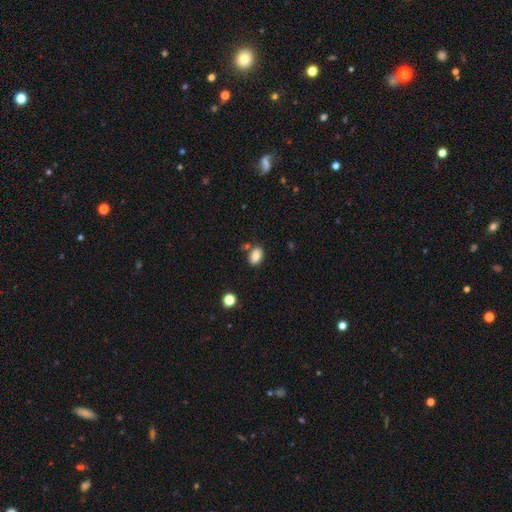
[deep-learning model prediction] The model was most divided on "merging": none: 73%, minor disturbance: 14%, merger: 10%, major disturbance: 3%. More confident: smooth or featured — smooth (83%); how rounded — in between (81%).